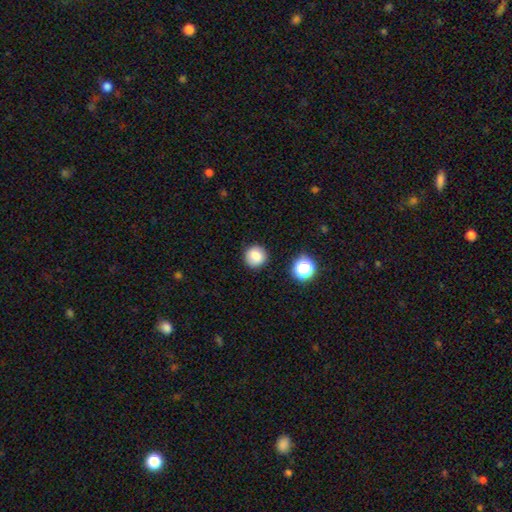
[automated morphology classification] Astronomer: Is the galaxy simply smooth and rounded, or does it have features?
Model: smooth — 82%.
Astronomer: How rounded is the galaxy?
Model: round — 93%.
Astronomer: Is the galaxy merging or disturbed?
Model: none — 88%.